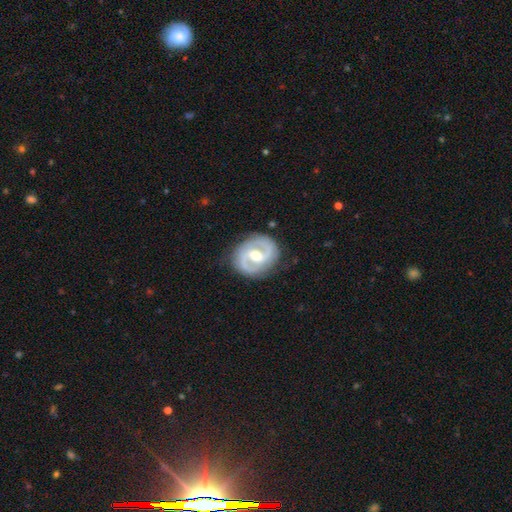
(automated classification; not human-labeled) This appears to be a featured or disk galaxy (88%) with a weak bar (44%), 2 (91%) medium (49%) spiral arms (93%) and a moderate central bulge (73%). Merging: none (84%).